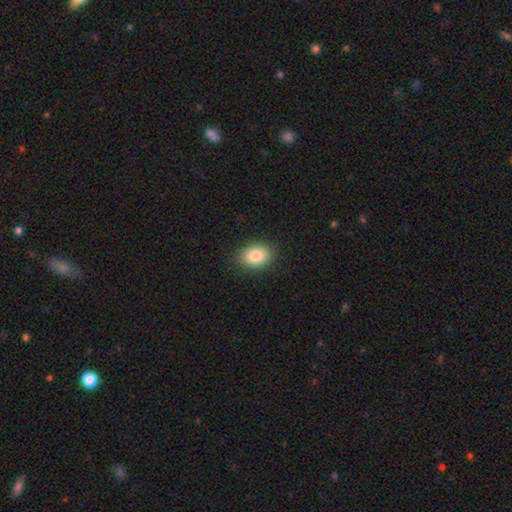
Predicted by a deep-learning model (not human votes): Morphology: type=smooth (85%); roundness=in between (77%); merging=none (87%).